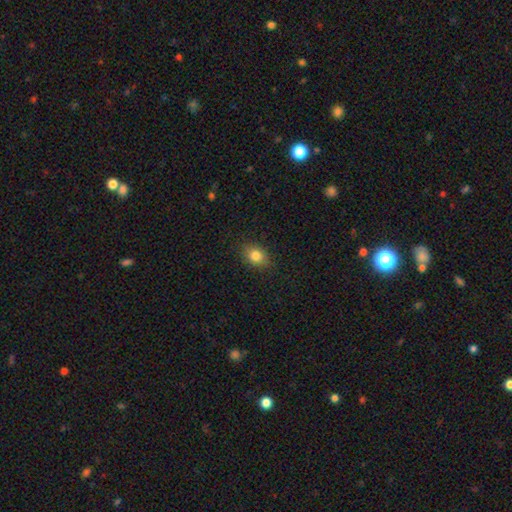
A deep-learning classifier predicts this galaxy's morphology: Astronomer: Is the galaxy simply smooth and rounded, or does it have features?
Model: smooth — 82%.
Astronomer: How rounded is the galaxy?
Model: in between — 58% (runner-up: round, 40%).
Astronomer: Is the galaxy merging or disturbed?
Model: none — 86%.